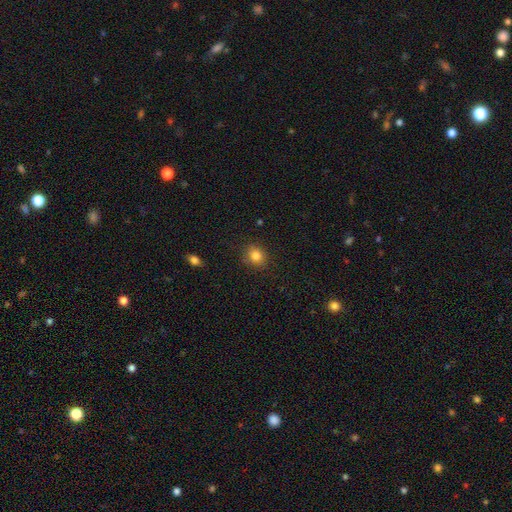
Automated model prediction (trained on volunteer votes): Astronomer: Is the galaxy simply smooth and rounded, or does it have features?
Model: smooth — 83%.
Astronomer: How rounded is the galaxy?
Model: round — 75%.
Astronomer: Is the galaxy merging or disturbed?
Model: none — 87%.